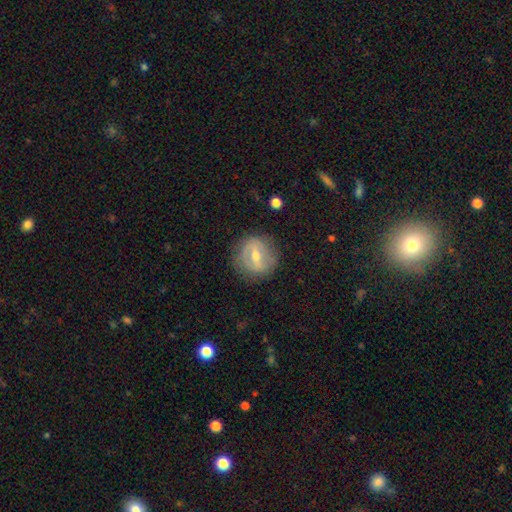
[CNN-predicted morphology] Smooth or featured?
  - featured or disk: 65% *
  - smooth: 28%
  - star or artifact: 8%
Edge-on disk?
  - no: 92% *
  - yes: 8%
Bar?
  - strong: 46% *
  - weak: 40%
  - no: 14%
Spiral arms?
  - no: 50% * (tied)
  - yes: 50% * (tied)
Bulge size?
  - moderate: 61% *
  - small: 34%
  - large: 3%
  - none: 1%
  - dominant: 1%
Merging?
  - none: 81% *
  - minor disturbance: 13%
  - major disturbance: 4%
  - merger: 1%